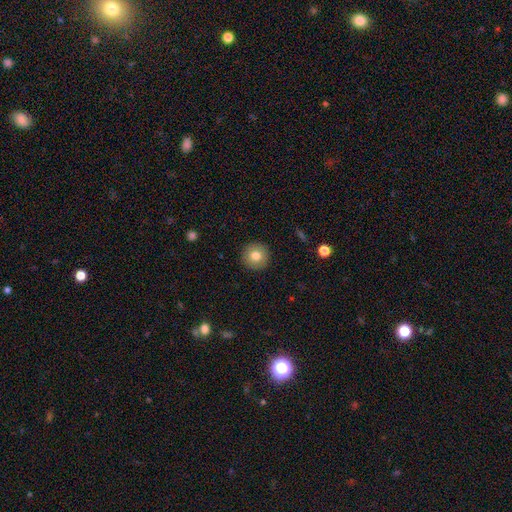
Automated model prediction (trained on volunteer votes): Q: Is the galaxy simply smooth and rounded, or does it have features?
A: smooth — 79%.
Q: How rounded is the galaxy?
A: round — 95%.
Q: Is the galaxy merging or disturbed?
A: none — 92%.